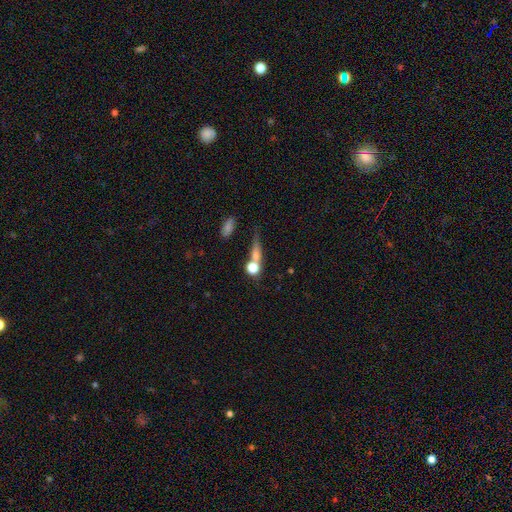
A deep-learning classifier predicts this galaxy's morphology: smooth-or-featured: smooth: 62% | featured or disk: 22% | star or artifact: 16%
  how-rounded: round: 49% | cigar-shaped: 27% | in between: 23%
  merging: none: 48% | merger: 31% | minor disturbance: 12% | major disturbance: 9%